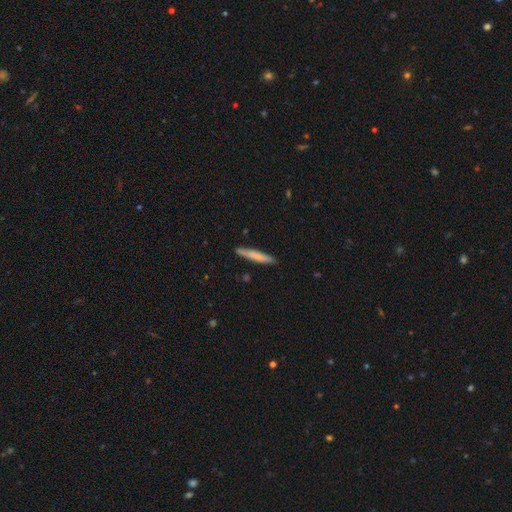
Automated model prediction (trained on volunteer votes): Morphology: type=smooth (71%); roundness=cigar-shaped (94%); merging=none (87%).